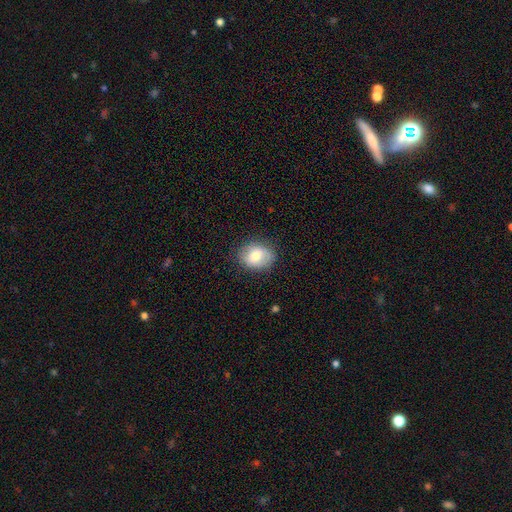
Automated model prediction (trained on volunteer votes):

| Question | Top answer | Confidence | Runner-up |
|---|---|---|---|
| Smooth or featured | smooth | 74% | featured or disk (19%) |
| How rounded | in between | 59% | round (40%) |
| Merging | none | 82% | minor disturbance (14%) |